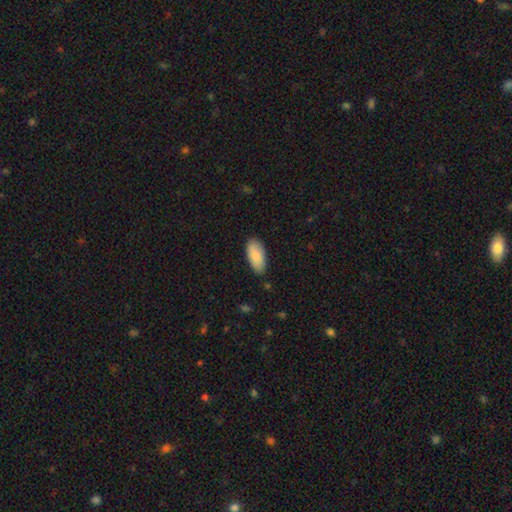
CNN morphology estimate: Q: Smooth or featured?
A: smooth (88%); runner-up: featured or disk (7%)
Q: How rounded?
A: in between (91%); runner-up: cigar-shaped (7%)
Q: Merging?
A: none (83%); runner-up: minor disturbance (14%)